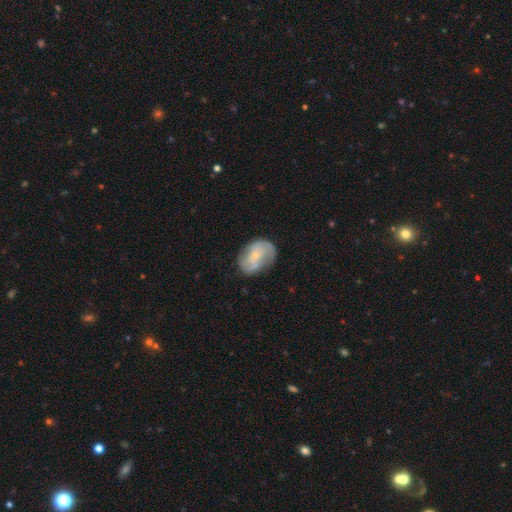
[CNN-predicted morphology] This is possibly a featured or disk galaxy (59%). It is clearly not viewed edge-on (97%). Bar: likely no (68%). Spiral arm pattern: likely yes (75%). Central bulge: likely small (70%). Merging: possibly none (59%).